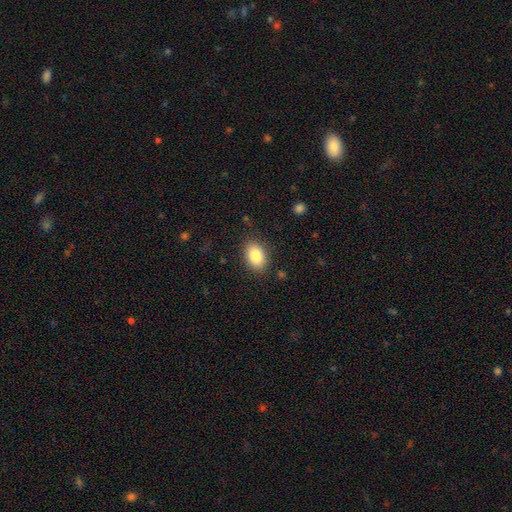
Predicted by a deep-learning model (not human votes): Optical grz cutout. It shows a smooth galaxy with no disk features (85%) that is in between round and cigar-shaped (84%). Merging: none (86%).